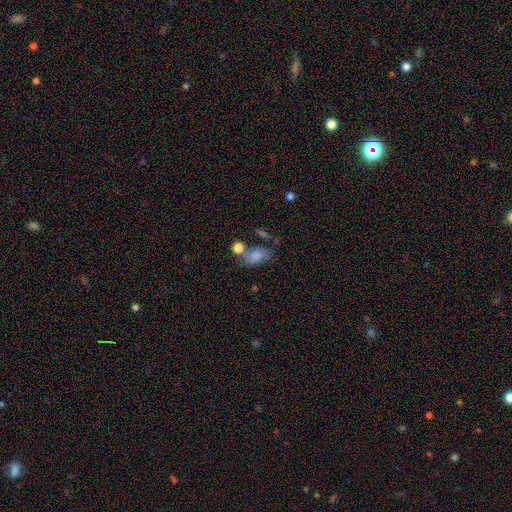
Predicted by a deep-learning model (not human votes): Smooth or featured: smooth — 78% (featured or disk — 12%)
How rounded: in between — 84% (round — 13%)
Merging: none — 48% (merger — 21%)